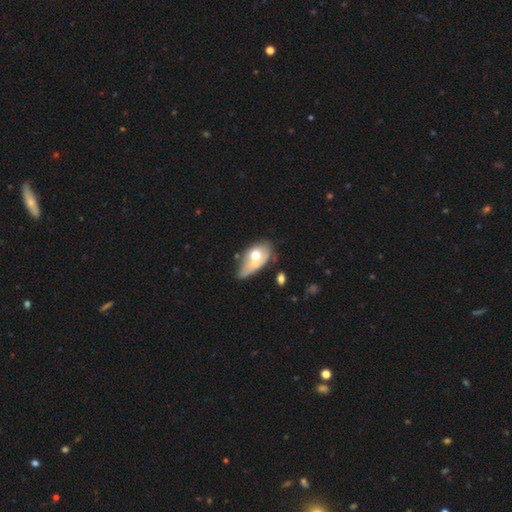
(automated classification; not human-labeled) This appears to be a smooth galaxy with no disk features (58%) that is in between round and cigar-shaped (83%). Merging: merger (31%).